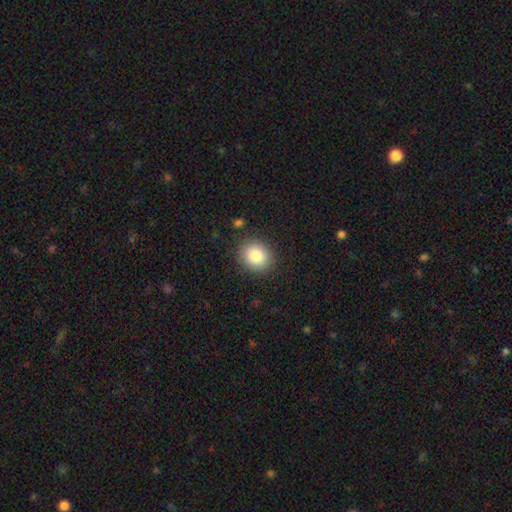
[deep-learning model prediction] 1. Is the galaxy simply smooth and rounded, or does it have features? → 84% smooth, 9% star or artifact, 7% featured or disk.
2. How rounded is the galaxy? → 69% round, 30% in between, 1% cigar-shaped.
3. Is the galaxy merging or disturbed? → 88% none, 8% minor disturbance, 3% major disturbance, 1% merger.